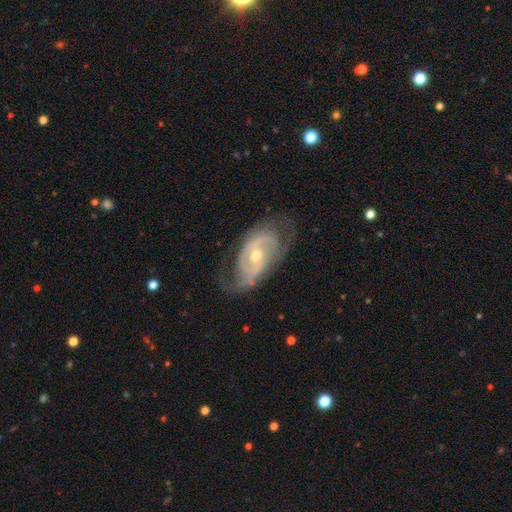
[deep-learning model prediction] Overall: featured or disk (85%). Edge-on disk: no (95%). Bar: no (51%; weak 36%). Spiral arms: yes (90%). Spiral arm count: 2 (64%). Spiral winding: medium (41%; tight 40%). Bulge size: moderate (54%; small 43%). Merging: none (62%; minor disturbance 22%).